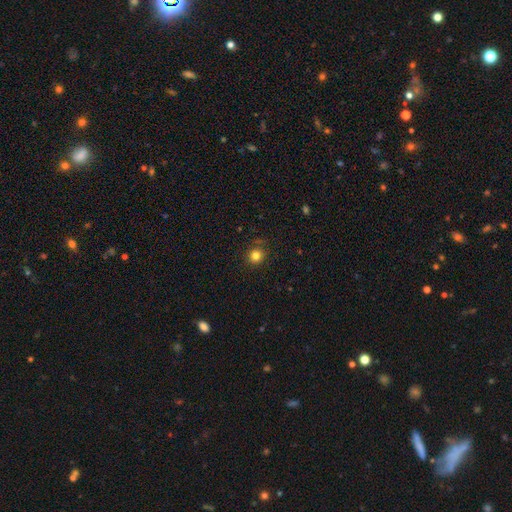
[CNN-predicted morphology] Smooth or featured? Predicted: smooth (p=0.81). How rounded? Predicted: round (p=0.92). Merging? Predicted: none (p=0.87).